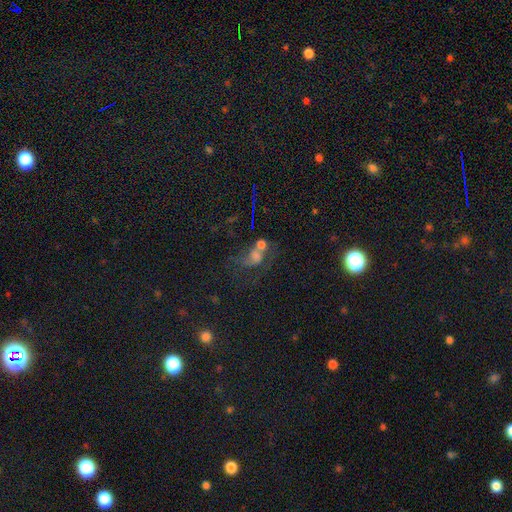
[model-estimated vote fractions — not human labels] smooth-or-featured: smooth: 36% | featured or disk: 34% | star or artifact: 29%
  merging: merger: 35% | none: 27% | major disturbance: 24% | minor disturbance: 14%